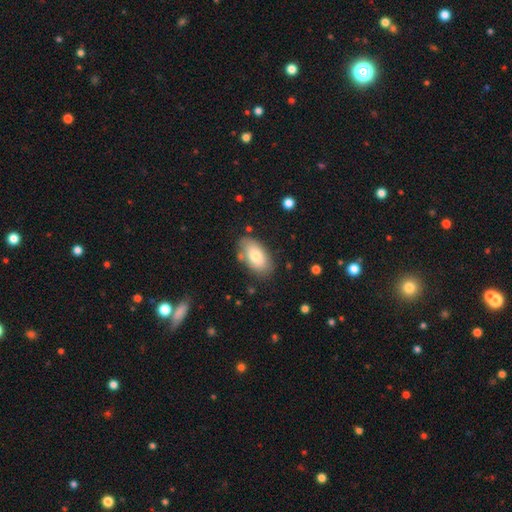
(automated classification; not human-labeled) Overall: smooth (75%). How rounded: in between (93%). Merging: none (76%).